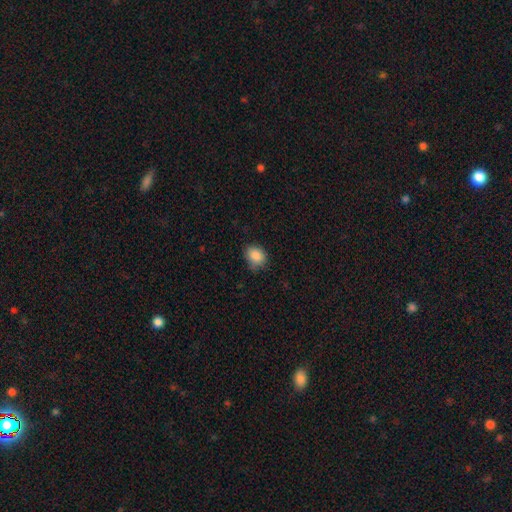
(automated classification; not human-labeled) This appears to be a smooth galaxy with no disk features (87%) that is in between round and cigar-shaped (50%). Merging: none (72%).